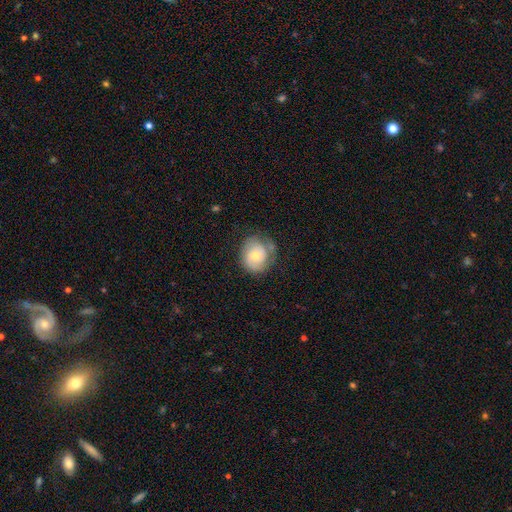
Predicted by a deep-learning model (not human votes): Overall: featured or disk (49%; smooth 43%). Merging: none (61%; minor disturbance 25%).